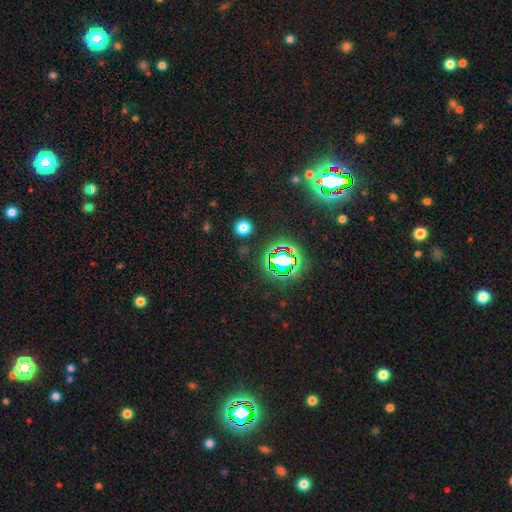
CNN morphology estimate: A star or artifact, not a galaxy (80%).

Vote fractions:
- Smooth or featured? star or artifact: 80% / smooth: 12% / featured or disk: 8%